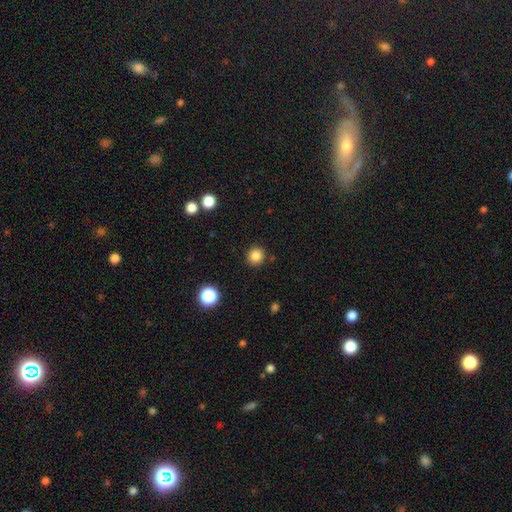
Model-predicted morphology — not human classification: This is clearly a smooth galaxy (84%). How rounded: clearly round (92%). Merging: clearly none (90%).